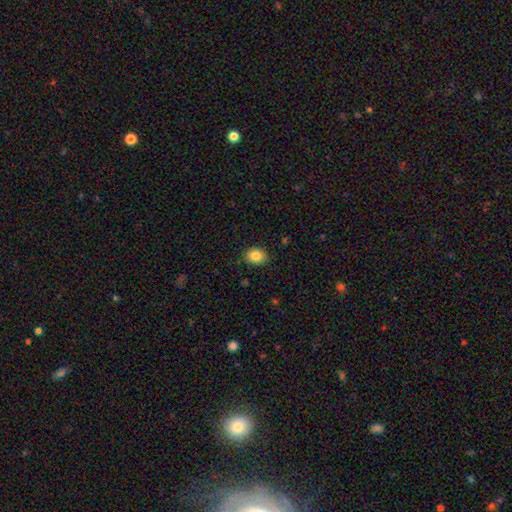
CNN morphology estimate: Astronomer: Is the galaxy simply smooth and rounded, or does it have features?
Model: smooth — 86%.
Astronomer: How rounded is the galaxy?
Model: round — 55% (runner-up: in between, 44%).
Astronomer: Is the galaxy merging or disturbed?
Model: none — 87%.